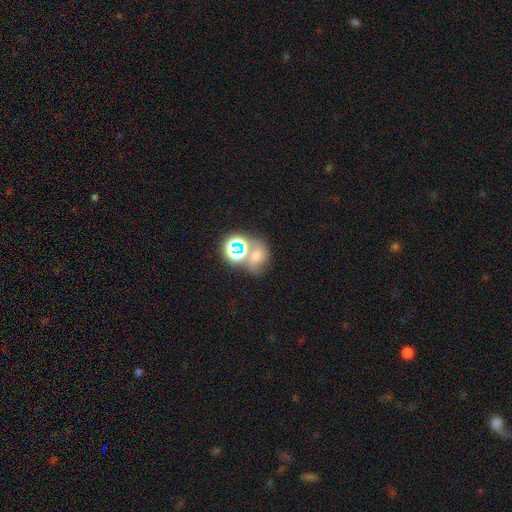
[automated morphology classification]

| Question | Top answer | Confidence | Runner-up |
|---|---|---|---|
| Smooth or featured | smooth | 39% | star or artifact (35%) |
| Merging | merger | 39% | tied: none (39%) |